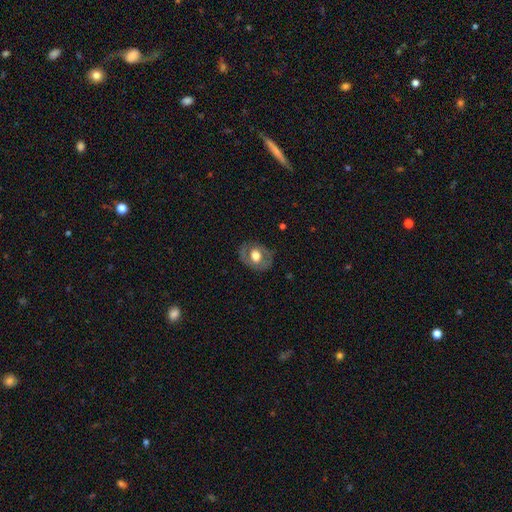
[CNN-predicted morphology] Smooth or featured?
  - featured or disk: 47% *
  - smooth: 46%
  - star or artifact: 7%
Merging?
  - none: 75% *
  - minor disturbance: 17%
  - major disturbance: 7%
  - merger: 1%